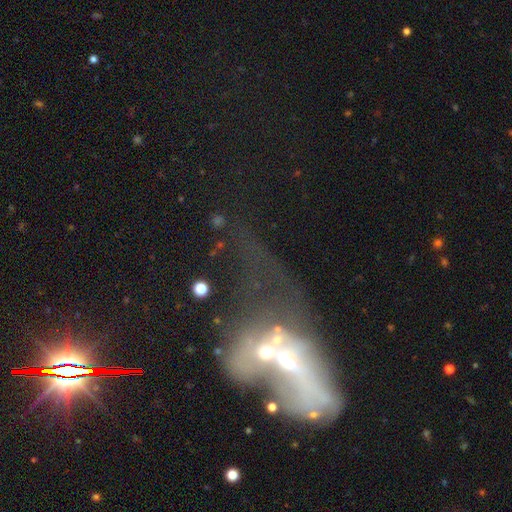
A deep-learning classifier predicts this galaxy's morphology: The model was most divided on "smooth or featured": featured or disk: 42%, star or artifact: 29%, smooth: 28%. More confident: merging — merger (65%).